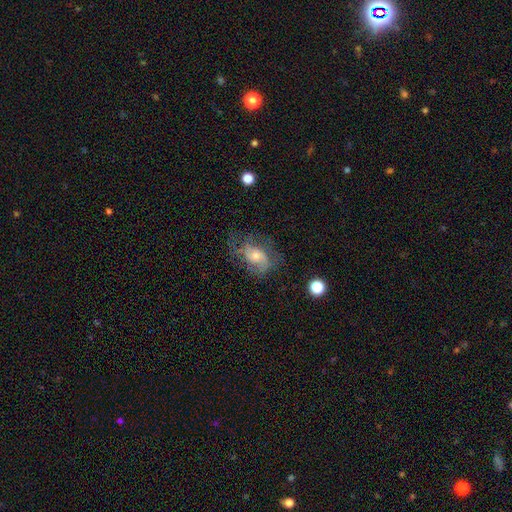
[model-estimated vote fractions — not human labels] Smooth or featured: featured or disk — 63% (smooth — 26%)
Edge-on disk: no — 96% (yes — 4%)
Bar: no — 69% (weak — 26%)
Spiral arms: yes — 77% (no — 23%)
Bulge size: small — 51% (moderate — 41%)
Merging: none — 50% (major disturbance — 24%)